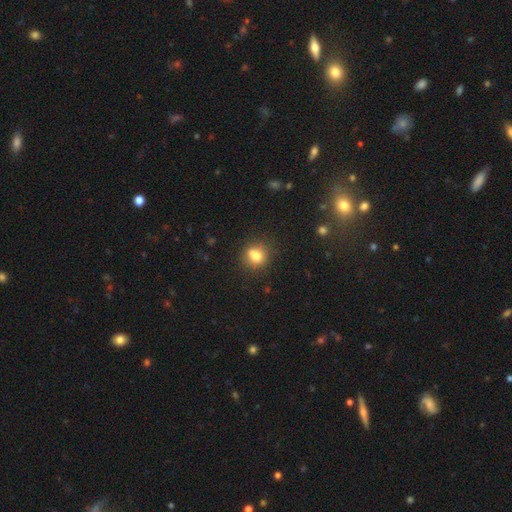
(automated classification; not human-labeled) Smooth or featured?
  - smooth: 75% *
  - featured or disk: 13%
  - star or artifact: 12%
How rounded?
  - round: 76% *
  - in between: 23%
  - cigar-shaped: 1%
Merging?
  - none: 59% *
  - merger: 21%
  - minor disturbance: 15%
  - major disturbance: 5%